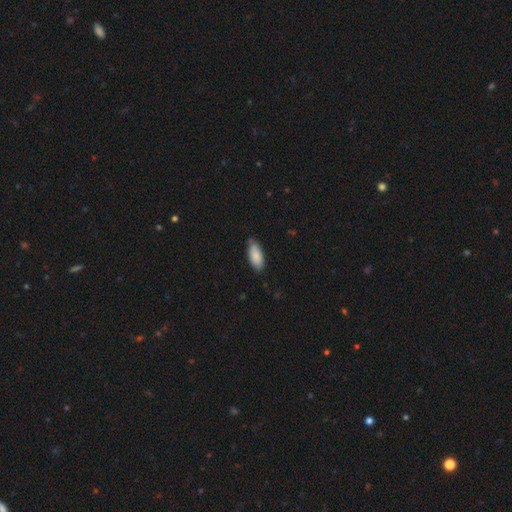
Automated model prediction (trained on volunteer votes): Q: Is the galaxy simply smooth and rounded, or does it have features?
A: smooth — 87%.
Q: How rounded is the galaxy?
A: in between — 86%.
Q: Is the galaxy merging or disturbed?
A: none — 74%.